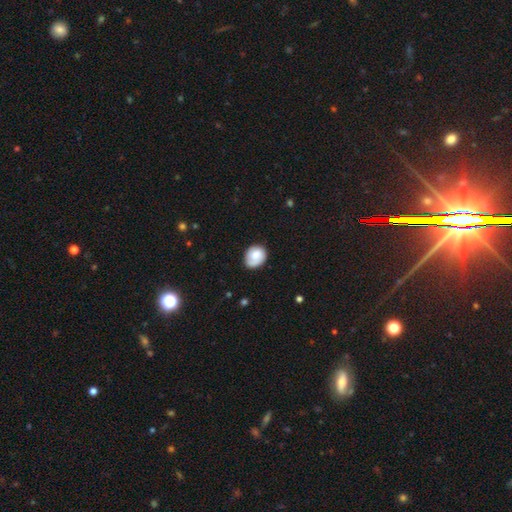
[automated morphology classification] This appears to be a smooth galaxy with no disk features (69%) that is round (58%). Merging: none (69%).